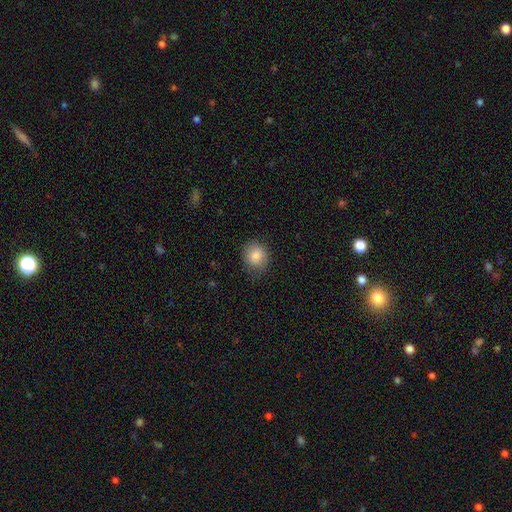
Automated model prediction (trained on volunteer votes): Smooth or featured? smooth (84%)
How rounded? round (72%)
Merging? none (76%)